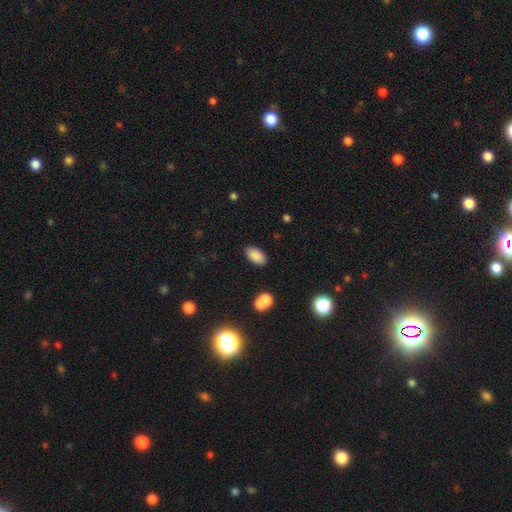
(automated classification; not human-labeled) smooth-or-featured: smooth: 87% | star or artifact: 8% | featured or disk: 5%
  how-rounded: in between: 94% | round: 4% | cigar-shaped: 3%
  merging: none: 86% | minor disturbance: 9% | merger: 2% | major disturbance: 2%